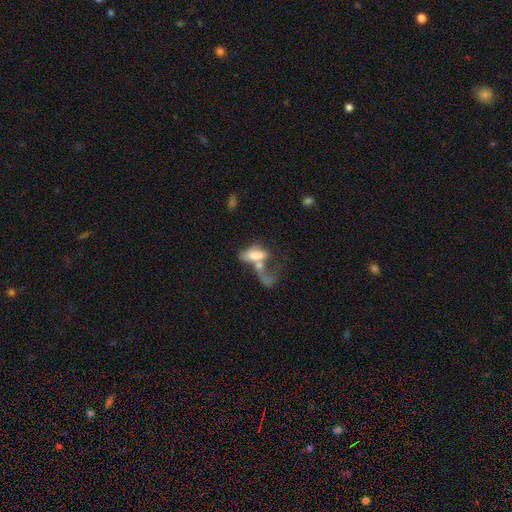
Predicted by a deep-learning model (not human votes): A smooth galaxy with no disk features (58%) that is in between round and cigar-shaped (78%). Merging: merger (47%).